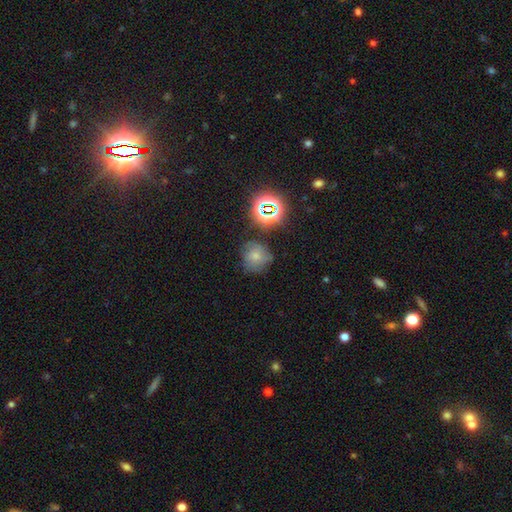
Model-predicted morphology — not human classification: type=smooth (61%); roundness=round (83%); merging=none (61%).